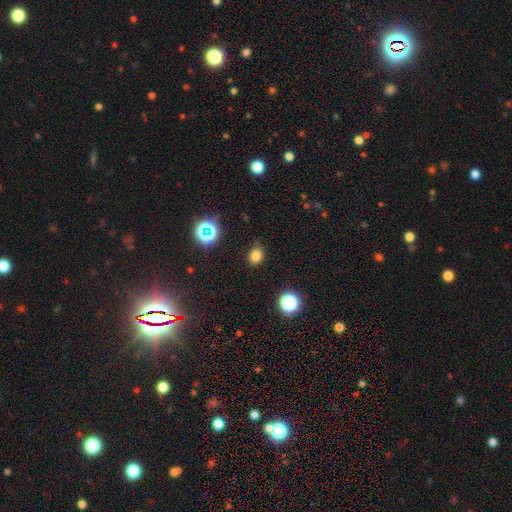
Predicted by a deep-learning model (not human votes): A smooth galaxy with no disk features (78%) that is round (51%). Merging: none (85%).